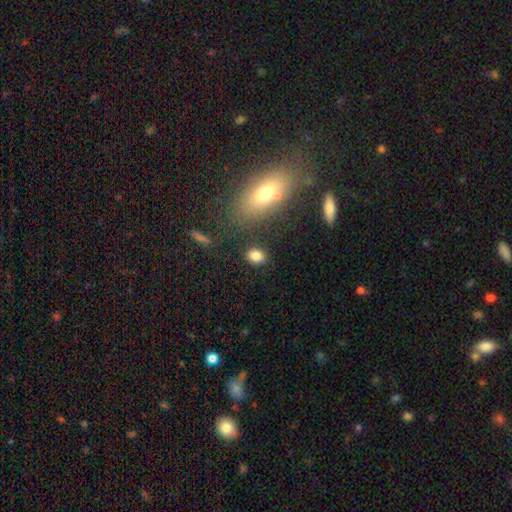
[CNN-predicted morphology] This is clearly a smooth galaxy (84%). How rounded: likely in between (65%). Merging: clearly none (82%).